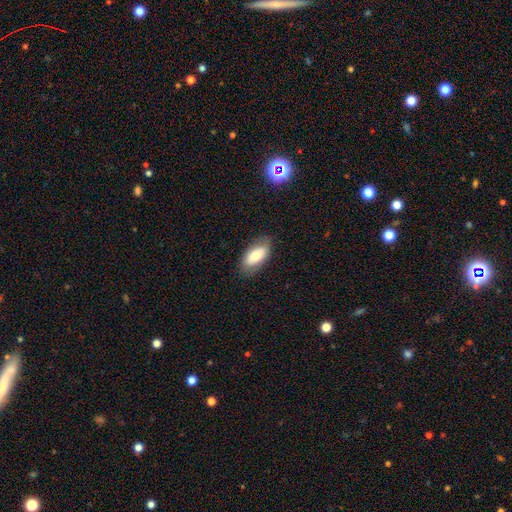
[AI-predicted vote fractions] smooth-or-featured: smooth: 72% | featured or disk: 21% | star or artifact: 7%
  how-rounded: in between: 91% | cigar-shaped: 6% | round: 3%
  merging: none: 79% | minor disturbance: 16% | major disturbance: 4% | merger: 1%